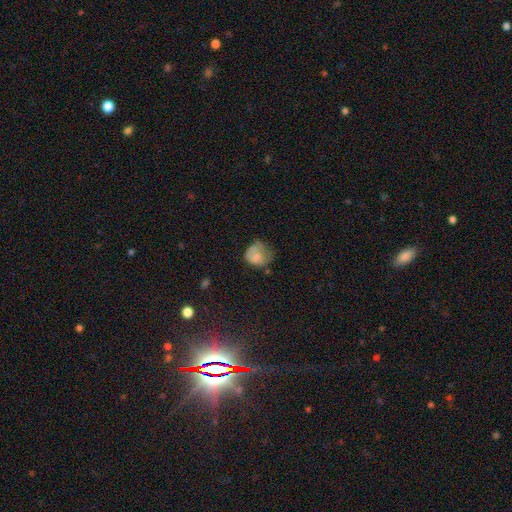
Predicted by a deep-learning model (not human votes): smooth 69%, featured or disk 21%, star or artifact 10%. Down the decision tree: how rounded — round (68%); merging — none (35%).